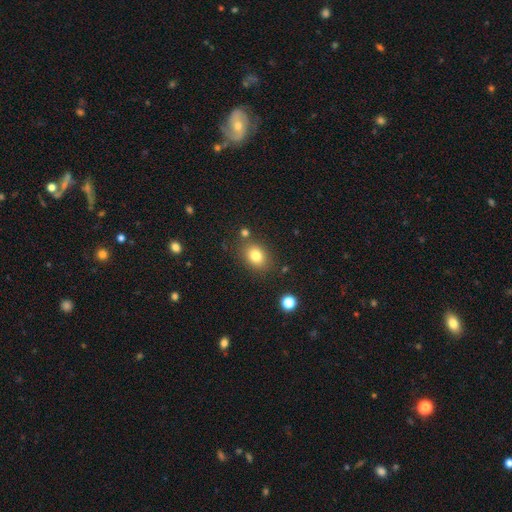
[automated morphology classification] smooth_or_featured: smooth (p=0.80) [alt: star or artifact p=0.11]
how_rounded: in between (p=0.62) [alt: round p=0.37]
merging: none (p=0.78) [alt: minor disturbance p=0.12]